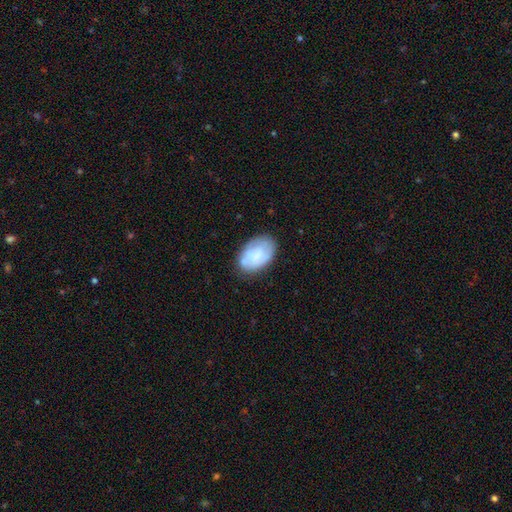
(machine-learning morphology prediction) A smooth galaxy with no disk features (62%) that is in between round and cigar-shaped (89%).

Vote fractions:
- Smooth or featured? smooth: 62% / featured or disk: 31% / star or artifact: 7%
- How rounded? in between: 89% / round: 10% / cigar-shaped: 1%
- Merging? none: 71% / minor disturbance: 21% / major disturbance: 6% / merger: 3%